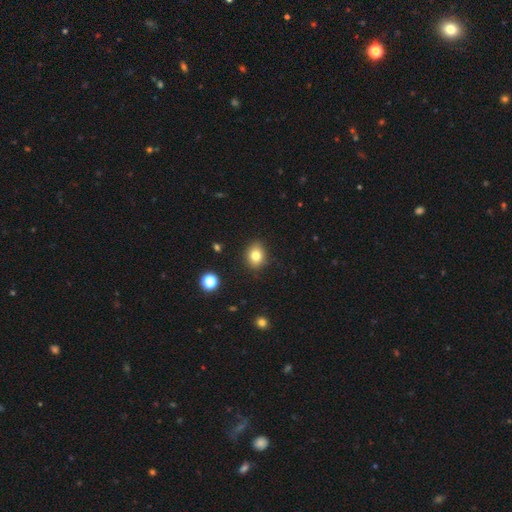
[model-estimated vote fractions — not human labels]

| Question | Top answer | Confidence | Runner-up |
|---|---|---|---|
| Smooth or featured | smooth | 80% | star or artifact (11%) |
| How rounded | round | 53% | in between (46%) |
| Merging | none | 87% | minor disturbance (9%) |